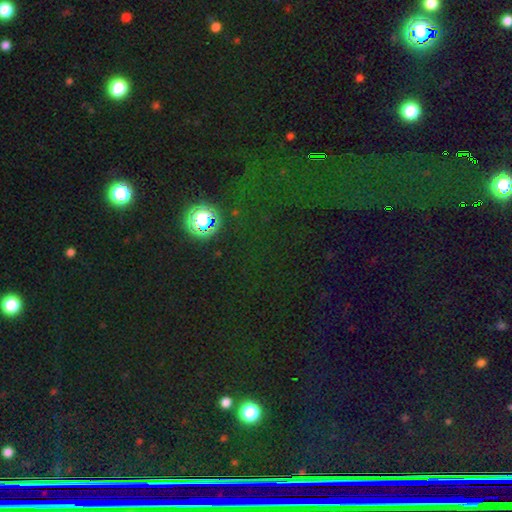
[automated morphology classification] This appears to be a star or artifact, not a galaxy (73%).